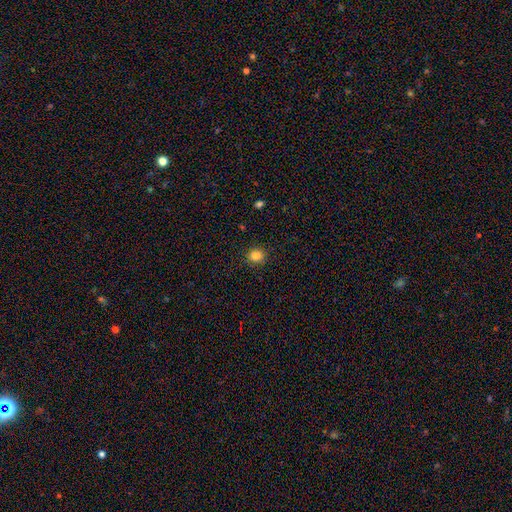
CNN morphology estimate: smooth-or-featured: smooth: 84% | star or artifact: 12% | featured or disk: 4%
  how-rounded: round: 83% | in between: 16% | cigar-shaped: 1%
  merging: none: 89% | minor disturbance: 8% | major disturbance: 2% | merger: 1%